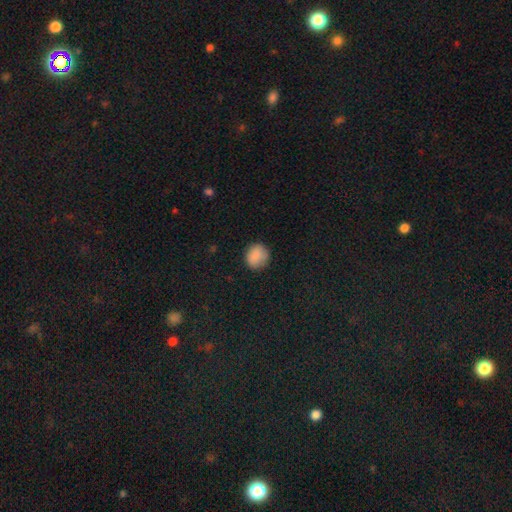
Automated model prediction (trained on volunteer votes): smooth 87%, star or artifact 9%, featured or disk 4%. Down the decision tree: how rounded — round (77%); merging — none (83%).